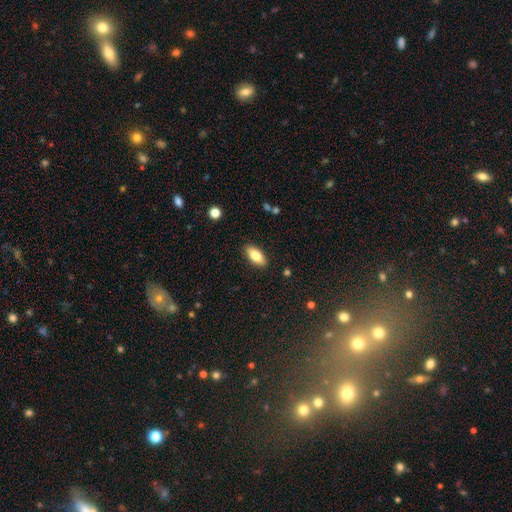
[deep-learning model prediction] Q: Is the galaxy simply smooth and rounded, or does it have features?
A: smooth — 80%.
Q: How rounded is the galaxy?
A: in between — 85%.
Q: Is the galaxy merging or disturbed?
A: none — 89%.